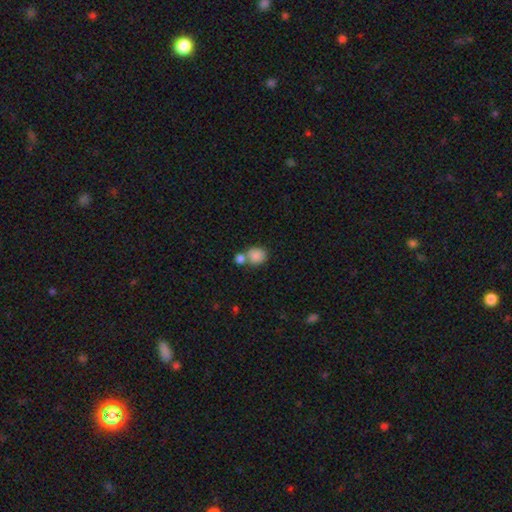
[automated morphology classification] Smooth or featured? Predicted: smooth (p=0.84). How rounded? Predicted: round (p=0.76). Merging? Predicted: none (p=0.45).